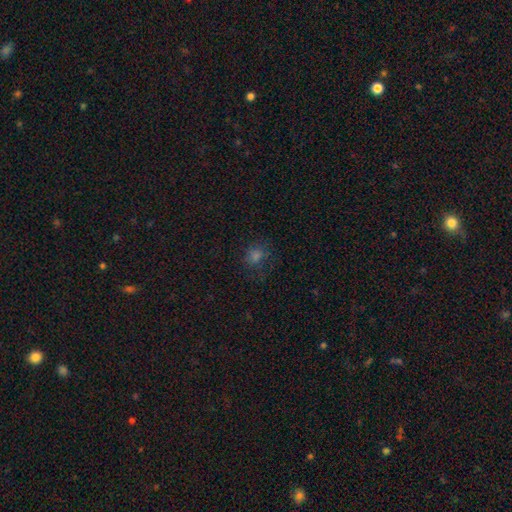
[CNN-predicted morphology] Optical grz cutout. It shows a smooth galaxy with no disk features (67%) that is round (76%). Merging: none (72%).